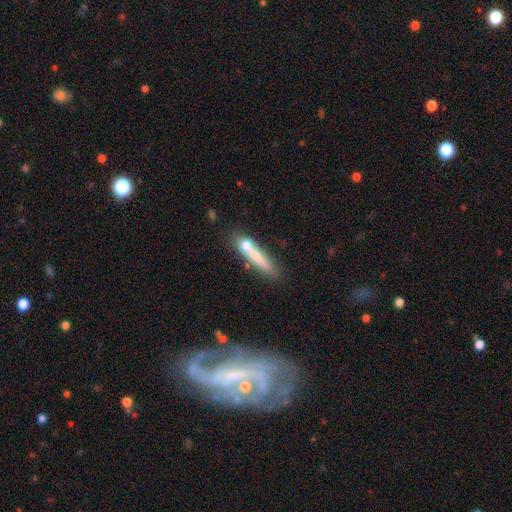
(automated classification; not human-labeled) This appears to be a smooth galaxy with no disk features (63%) that is cigar-shaped (83%). Merging: none (55%).